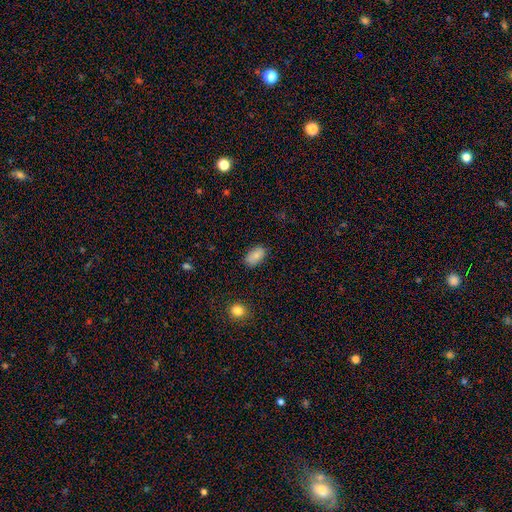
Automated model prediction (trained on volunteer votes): Q: Smooth or featured?
A: smooth (82%); runner-up: featured or disk (10%)
Q: How rounded?
A: in between (92%); runner-up: round (6%)
Q: Merging?
A: none (81%); runner-up: minor disturbance (15%)